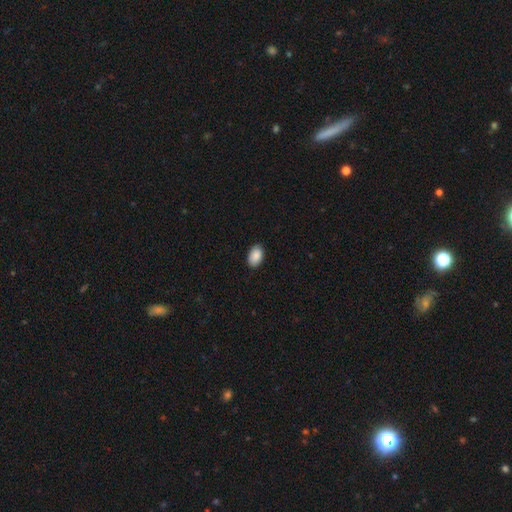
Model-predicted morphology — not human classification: smooth_or_featured: smooth (p=0.90) [alt: star or artifact p=0.07]
how_rounded: in between (p=0.91) [alt: round p=0.08]
merging: none (p=0.88) [alt: minor disturbance p=0.10]